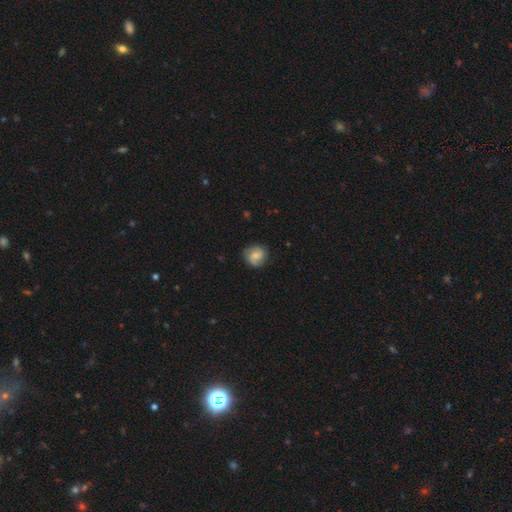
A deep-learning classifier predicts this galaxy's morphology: Smooth or featured?
  - smooth: 63% *
  - featured or disk: 29%
  - star or artifact: 8%
How rounded?
  - round: 86% *
  - in between: 13%
  - cigar-shaped: 1%
Merging?
  - none: 80% *
  - minor disturbance: 15%
  - major disturbance: 3%
  - merger: 1%